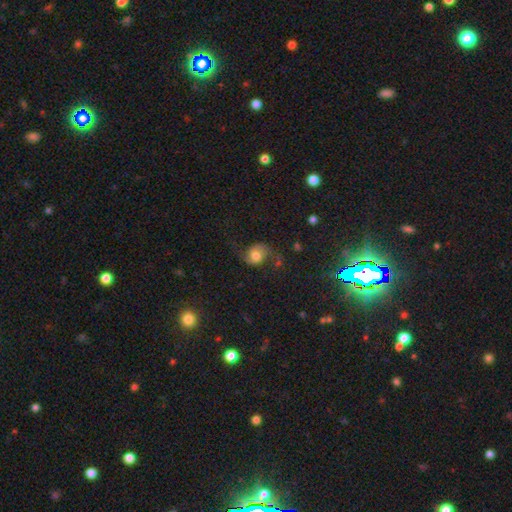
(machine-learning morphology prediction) Smooth or featured: featured or disk — 54% (smooth — 35%)
Edge-on disk: no — 97% (yes — 3%)
Bar: no — 72% (weak — 23%)
Spiral arms: yes — 90% (no — 10%)
Bulge size: moderate — 52% (large — 28%)
Merging: none — 63% (minor disturbance — 20%)